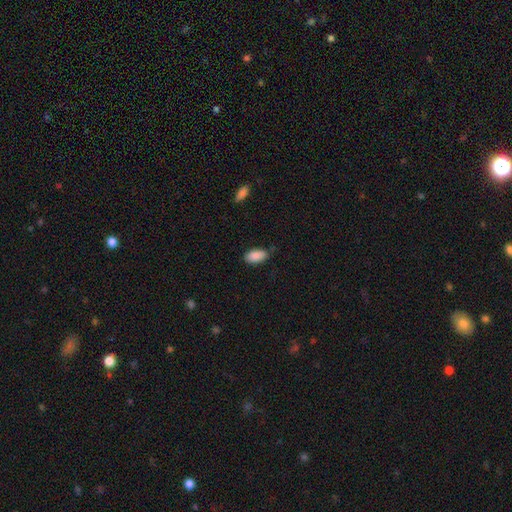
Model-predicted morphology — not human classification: This is clearly a smooth galaxy (89%). How rounded: clearly in between (93%). Merging: likely none (78%).